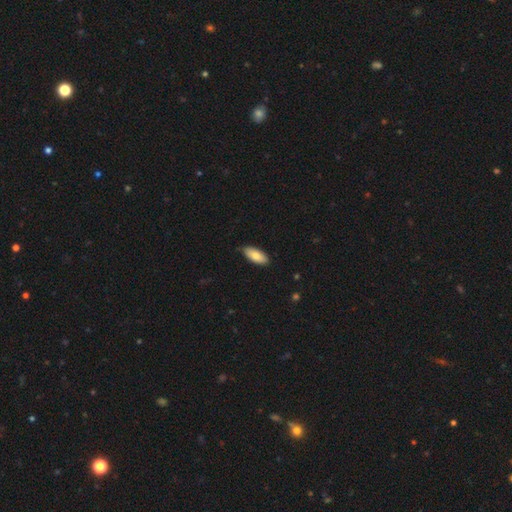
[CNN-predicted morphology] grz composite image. It shows a smooth galaxy with no disk features (82%) that is in between round and cigar-shaped (86%). Merging: none (82%).